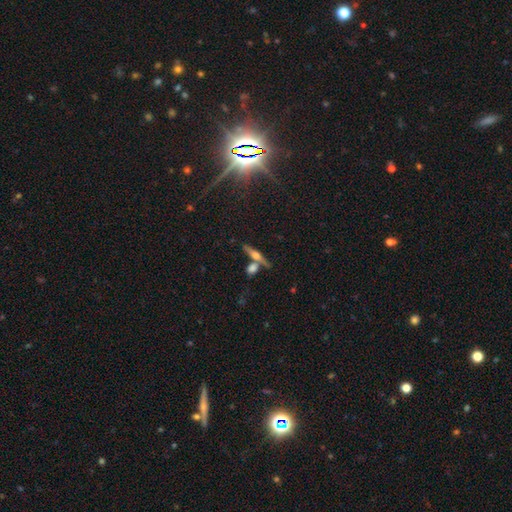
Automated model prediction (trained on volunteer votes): featured or disk 60%, smooth 30%, star or artifact 10%. Down the decision tree: edge-on disk — yes (94%); edge-on bulge — rounded (89%); merging — none (66%).